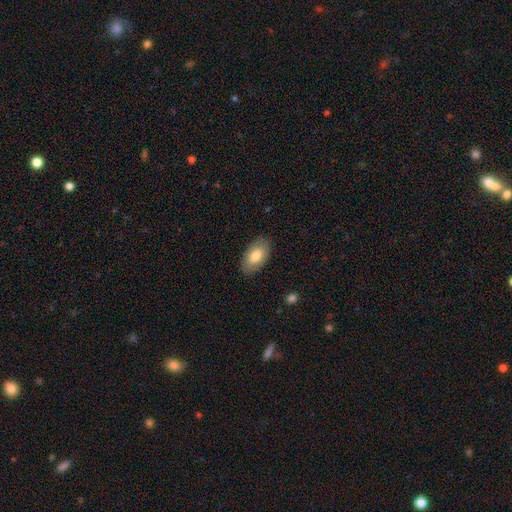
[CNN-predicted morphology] smooth-or-featured: smooth: 77% | featured or disk: 18% | star or artifact: 6%
  how-rounded: in between: 94% | round: 4% | cigar-shaped: 2%
  merging: none: 86% | minor disturbance: 11% | major disturbance: 3% | merger: 1%